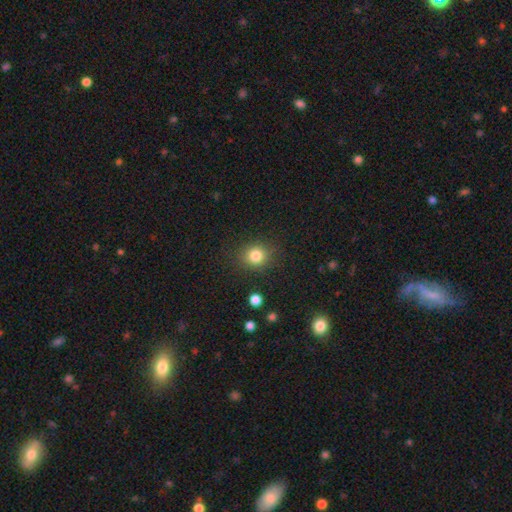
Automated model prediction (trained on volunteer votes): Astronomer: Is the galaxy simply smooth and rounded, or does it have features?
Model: smooth — 83%.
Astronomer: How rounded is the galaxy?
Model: round — 81%.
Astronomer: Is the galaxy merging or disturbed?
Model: none — 85%.